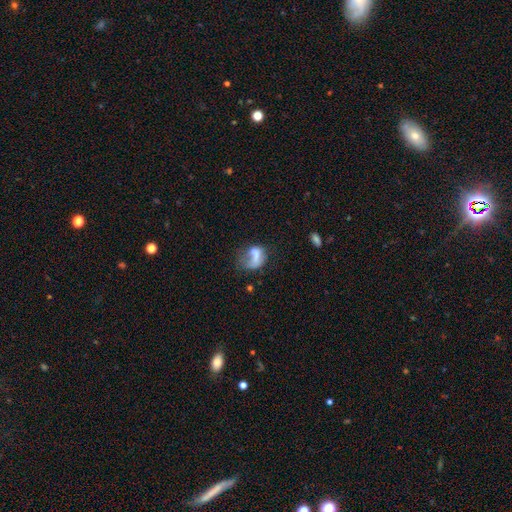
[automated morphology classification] This appears to be a smooth galaxy with no disk features (56%) that is in between round and cigar-shaped (68%). Merging: major disturbance (43%).